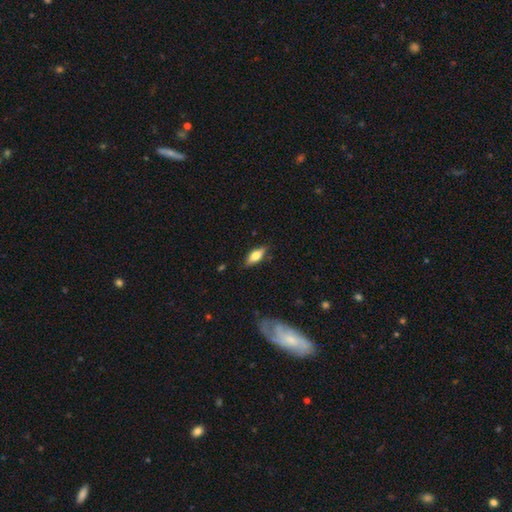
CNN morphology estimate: A smooth galaxy with no disk features (63%) that is in between round and cigar-shaped (70%).

Vote fractions:
- Smooth or featured? smooth: 63% / featured or disk: 30% / star or artifact: 7%
- How rounded? in between: 70% / cigar-shaped: 27% / round: 3%
- Merging? none: 84% / minor disturbance: 12% / major disturbance: 3% / merger: 1%